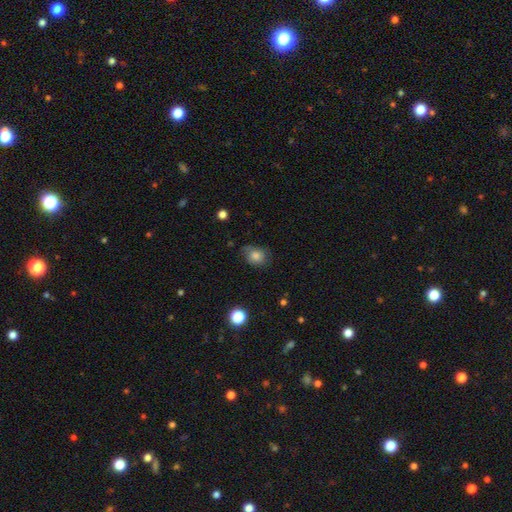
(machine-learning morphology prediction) type=smooth (79%); roundness=in between (57%); merging=none (65%).